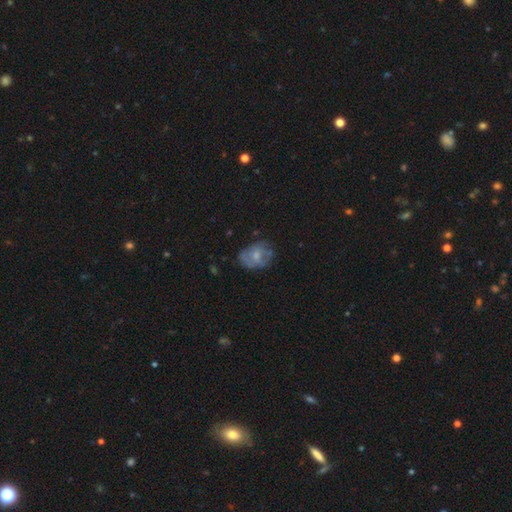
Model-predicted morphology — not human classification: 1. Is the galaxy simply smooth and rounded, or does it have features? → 49% smooth, 42% featured or disk, 8% star or artifact.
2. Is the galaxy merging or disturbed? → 56% none, 27% minor disturbance, 15% major disturbance, 2% merger.